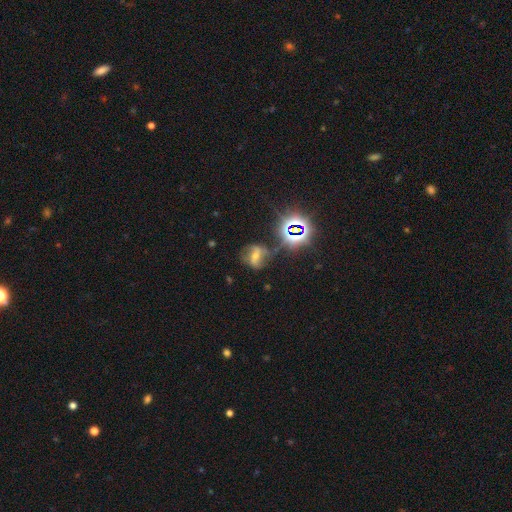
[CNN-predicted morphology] A featured or disk galaxy (47%).

Vote fractions:
- Smooth or featured? featured or disk: 47% / star or artifact: 37% / smooth: 16%
- Merging? none: 65% / minor disturbance: 18% / major disturbance: 12% / merger: 6%